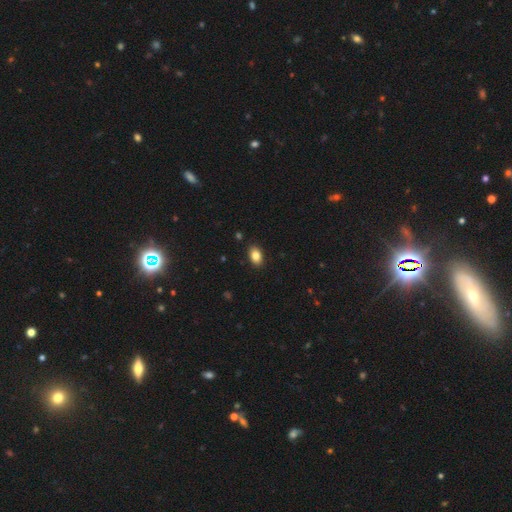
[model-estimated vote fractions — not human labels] This is clearly a smooth galaxy (85%). How rounded: clearly in between (87%). Merging: clearly none (90%).